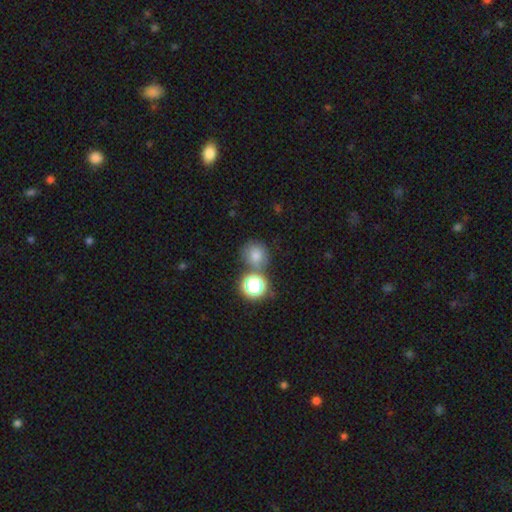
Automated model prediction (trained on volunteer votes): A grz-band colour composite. It shows a smooth galaxy with no disk features (69%) that is round (87%). Merging: none (65%).